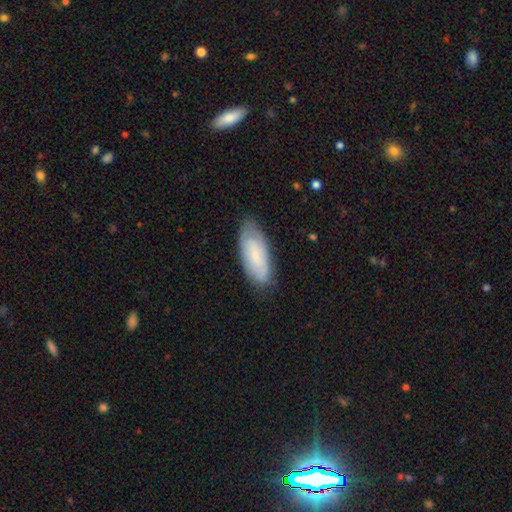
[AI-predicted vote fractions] Q: Smooth or featured?
A: smooth (63%); runner-up: featured or disk (30%)
Q: How rounded?
A: in between (81%); runner-up: cigar-shaped (17%)
Q: Merging?
A: none (76%); runner-up: minor disturbance (19%)